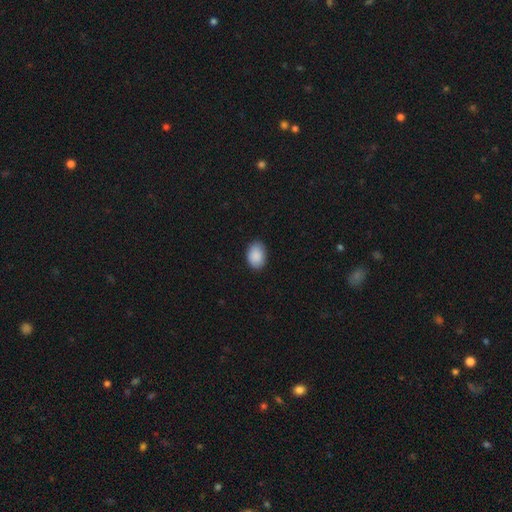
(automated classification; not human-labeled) Smooth or featured? smooth (90%)
How rounded? in between (82%)
Merging? none (83%)